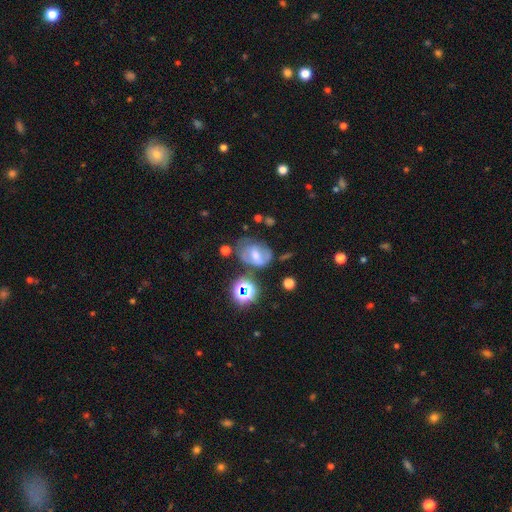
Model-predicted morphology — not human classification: The model was most divided on "smooth or featured": featured or disk: 52%, smooth: 32%, star or artifact: 16%. Remaining: edge-on disk — no (95%); merging — none (47%).